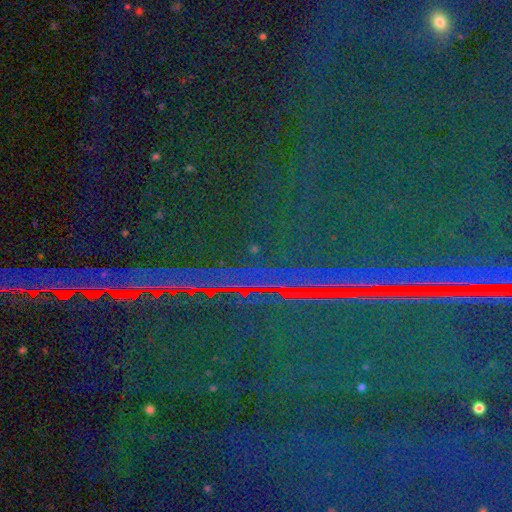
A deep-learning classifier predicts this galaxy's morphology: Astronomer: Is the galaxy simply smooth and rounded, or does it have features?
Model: star or artifact — 89%.